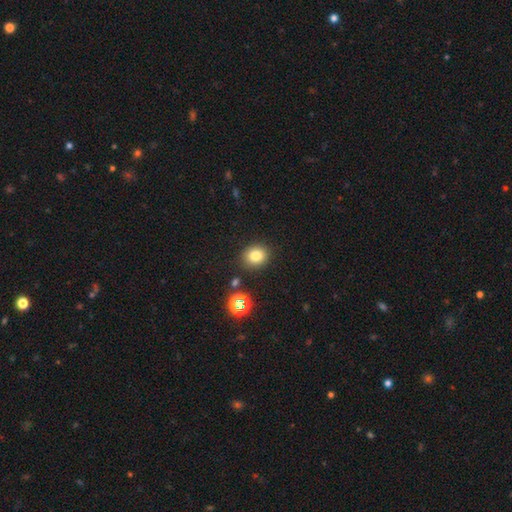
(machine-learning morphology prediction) A smooth galaxy with no disk features (78%) that is round (69%). Merging: none (85%).